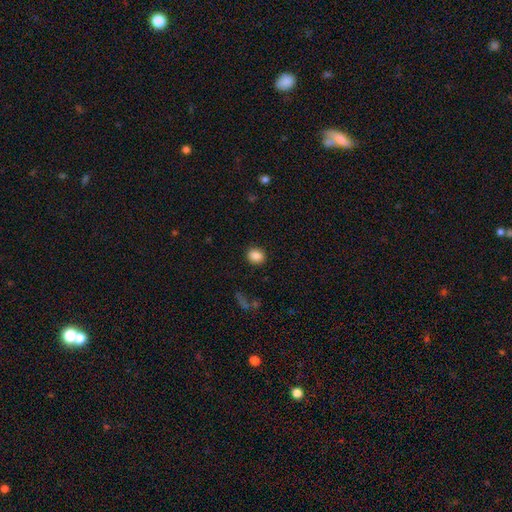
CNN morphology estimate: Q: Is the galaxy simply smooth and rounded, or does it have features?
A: smooth — 87%.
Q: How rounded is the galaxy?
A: round — 60%.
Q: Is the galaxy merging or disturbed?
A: none — 88%.